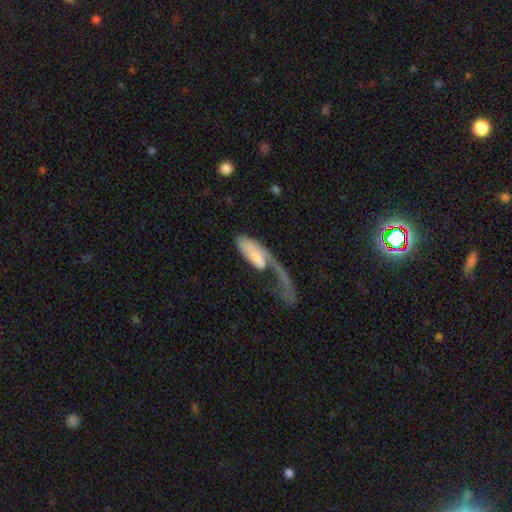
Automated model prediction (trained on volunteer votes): Smooth or featured: featured or disk — 51% (smooth — 43%)
Edge-on disk: no — 89% (yes — 11%)
Merging: major disturbance — 60% (none — 17%)